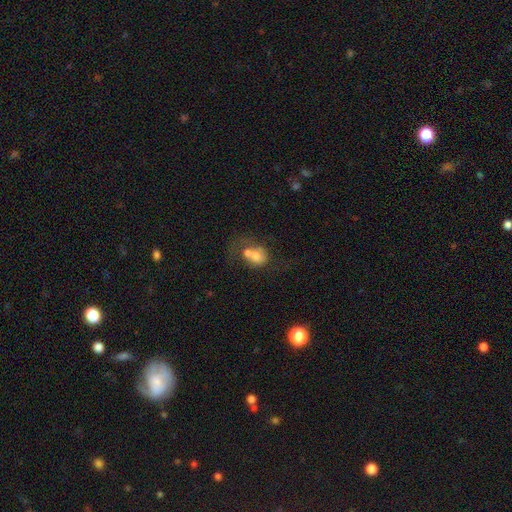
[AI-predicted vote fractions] A smooth galaxy with no disk features (61%) that is round (49%, tied with in between).

Vote fractions:
- Smooth or featured? smooth: 61% / featured or disk: 28% / star or artifact: 11%
- How rounded? round: 49% (tied) / in between: 49% (tied) / cigar-shaped: 1%
- Merging? merger: 54% / none: 21% / major disturbance: 14% / minor disturbance: 11%